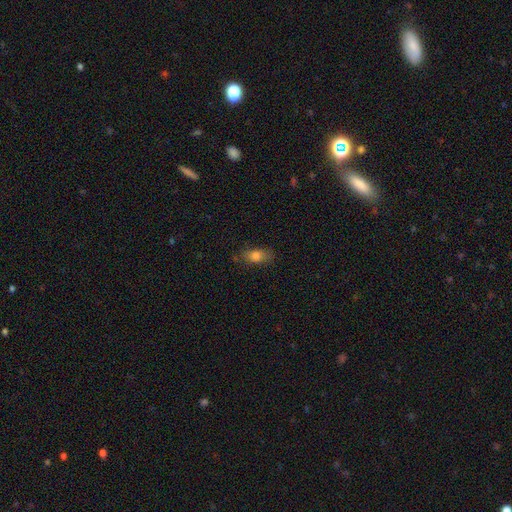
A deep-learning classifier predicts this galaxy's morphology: Q: Smooth or featured?
A: smooth (78%); runner-up: featured or disk (12%)
Q: How rounded?
A: in between (81%); runner-up: cigar-shaped (9%)
Q: Merging?
A: none (72%); runner-up: minor disturbance (20%)